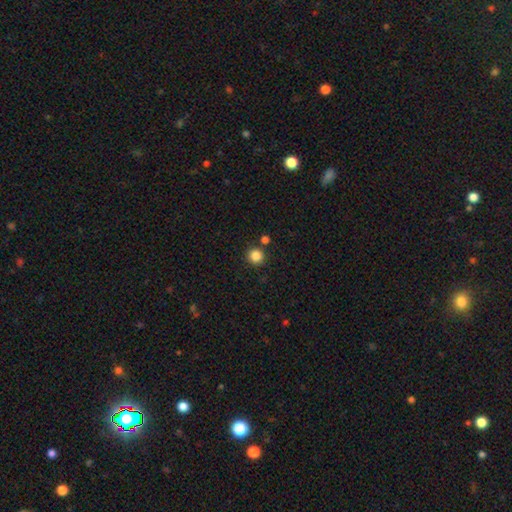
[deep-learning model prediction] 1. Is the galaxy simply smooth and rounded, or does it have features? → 86% smooth, 11% star or artifact, 3% featured or disk.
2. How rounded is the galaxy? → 95% round, 4% in between, 1% cigar-shaped.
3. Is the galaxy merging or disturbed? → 86% none, 6% merger, 6% minor disturbance, 2% major disturbance.